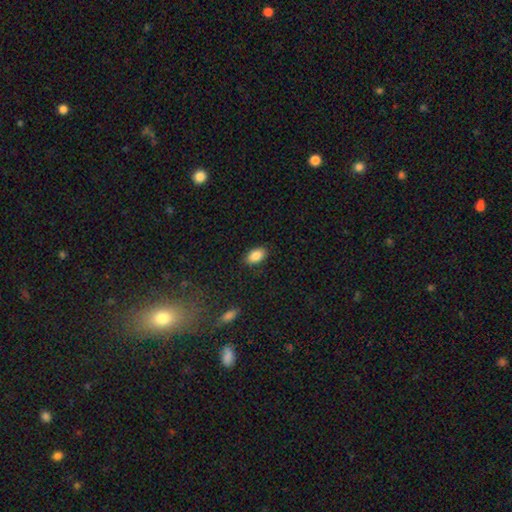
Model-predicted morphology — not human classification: Smooth or featured?
  - smooth: 87% *
  - star or artifact: 8%
  - featured or disk: 5%
How rounded?
  - in between: 92% *
  - round: 6%
  - cigar-shaped: 2%
Merging?
  - none: 87% *
  - minor disturbance: 9%
  - major disturbance: 2%
  - merger: 1%